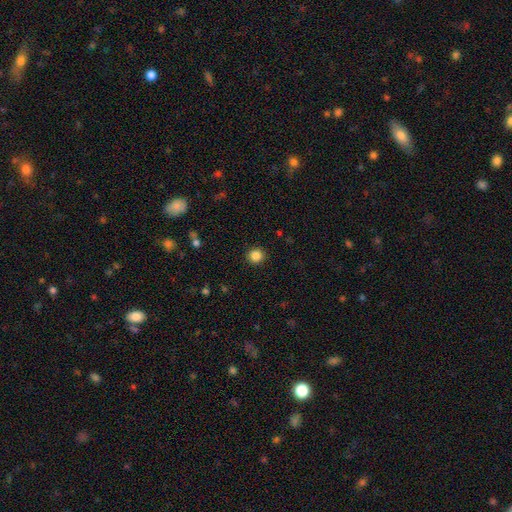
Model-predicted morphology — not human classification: Smooth or featured?
  - smooth: 85% *
  - star or artifact: 11%
  - featured or disk: 4%
How rounded?
  - round: 92% *
  - in between: 7%
  - cigar-shaped: 1%
Merging?
  - none: 92% *
  - minor disturbance: 5%
  - major disturbance: 2%
  - merger: 1%